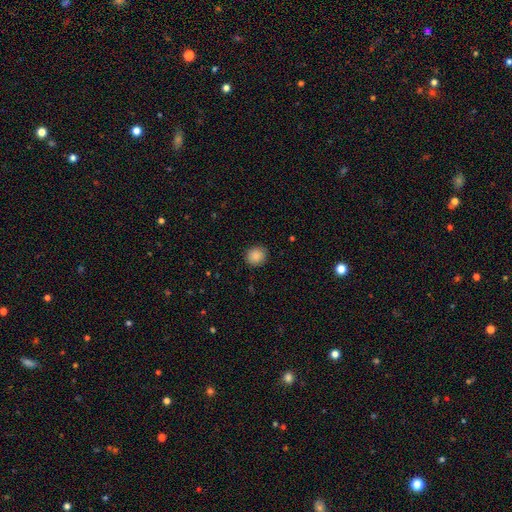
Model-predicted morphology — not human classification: Smooth or featured: smooth — 88% (star or artifact — 9%)
How rounded: round — 82% (in between — 17%)
Merging: none — 89% (minor disturbance — 8%)